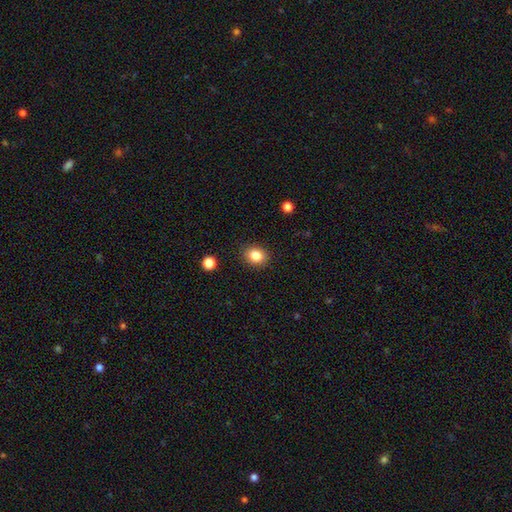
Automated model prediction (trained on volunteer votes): A smooth galaxy with no disk features (83%) that is round (60%). Merging: none (89%).